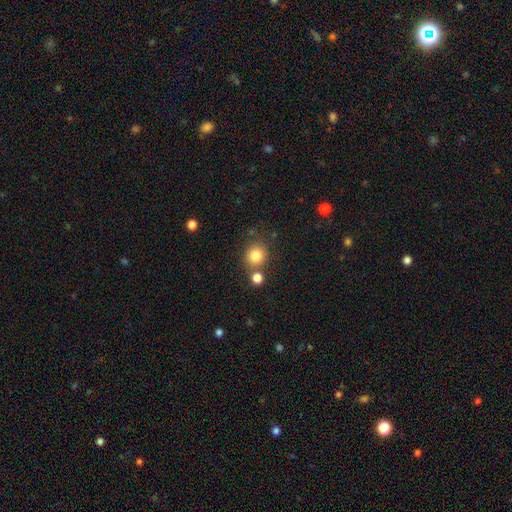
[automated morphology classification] Smooth or featured? Predicted: smooth (p=0.82). How rounded? Predicted: round (p=0.84). Merging? Predicted: none (p=0.72).